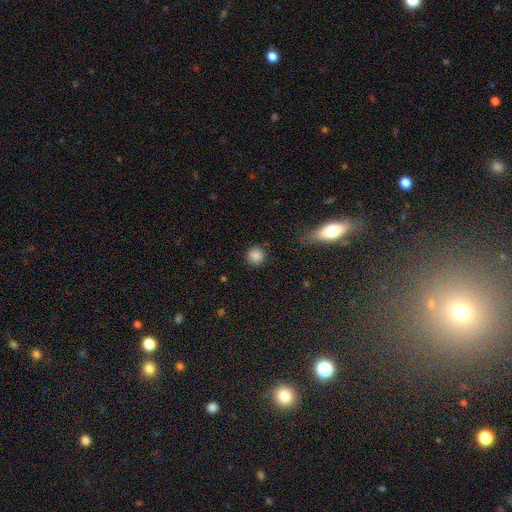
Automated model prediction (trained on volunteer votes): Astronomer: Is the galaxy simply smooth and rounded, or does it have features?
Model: smooth — 86%.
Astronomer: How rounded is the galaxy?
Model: round — 93%.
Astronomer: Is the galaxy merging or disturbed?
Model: none — 88%.